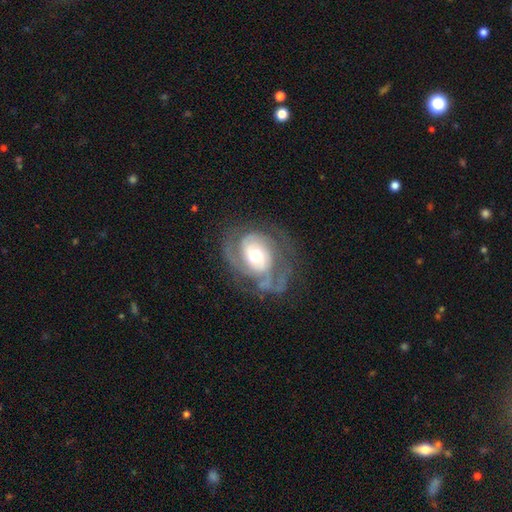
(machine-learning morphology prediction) Smooth or featured: featured or disk — 85% (smooth — 9%)
Edge-on disk: no — 97% (yes — 3%)
Bar: no — 63% (weak — 28%)
Spiral arms: yes — 94% (no — 6%)
Spiral winding: tight — 48% (medium — 39%)
Spiral arm count: 2 — 48% (3 — 20%)
Bulge size: moderate — 64% (large — 22%)
Merging: none — 56% (major disturbance — 22%)